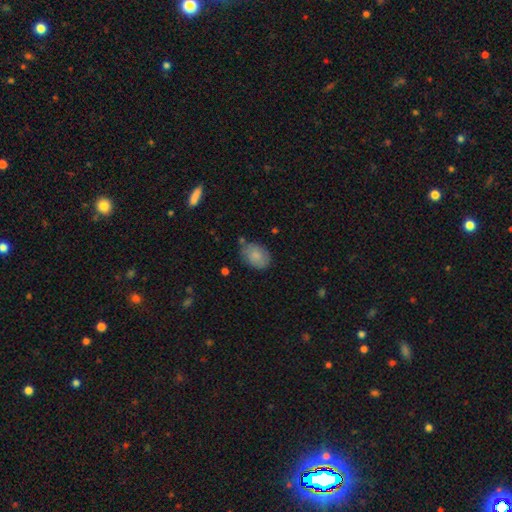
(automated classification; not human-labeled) Q: Smooth or featured?
A: smooth (83%); runner-up: featured or disk (10%)
Q: How rounded?
A: in between (82%); runner-up: round (17%)
Q: Merging?
A: none (71%); runner-up: minor disturbance (20%)